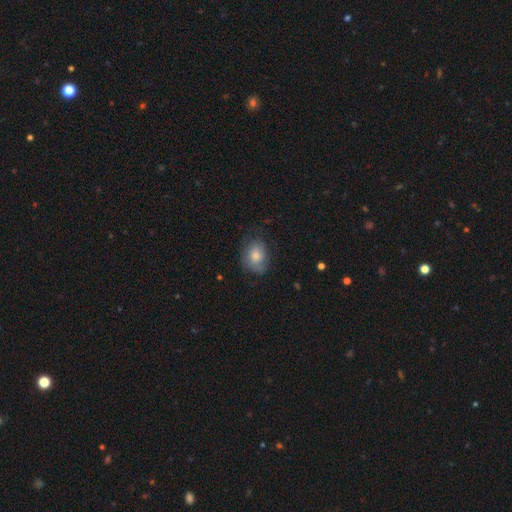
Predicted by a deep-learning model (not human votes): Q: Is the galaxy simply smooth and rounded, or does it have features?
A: smooth — 71%.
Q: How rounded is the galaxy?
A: in between — 57%.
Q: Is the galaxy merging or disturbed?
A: none — 57%.